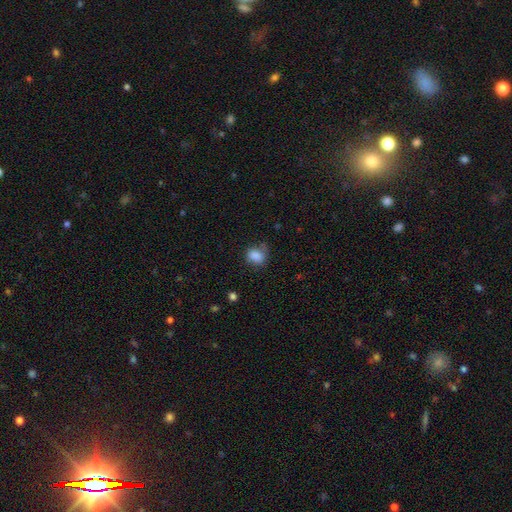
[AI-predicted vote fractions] Morphology: type=smooth (83%); roundness=round (51%); merging=none (54%).